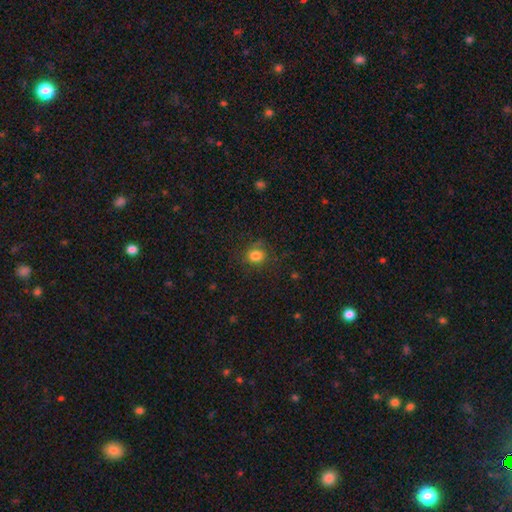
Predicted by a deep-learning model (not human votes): A smooth galaxy with no disk features (82%) that is round (75%). Merging: none (79%).